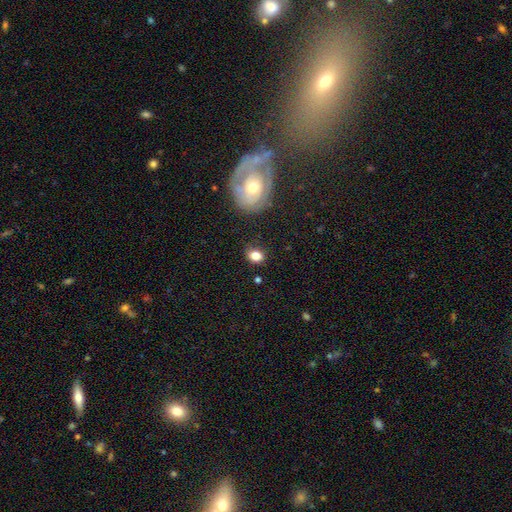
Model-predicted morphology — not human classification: type=smooth (82%); roundness=in between (54%); merging=none (77%).